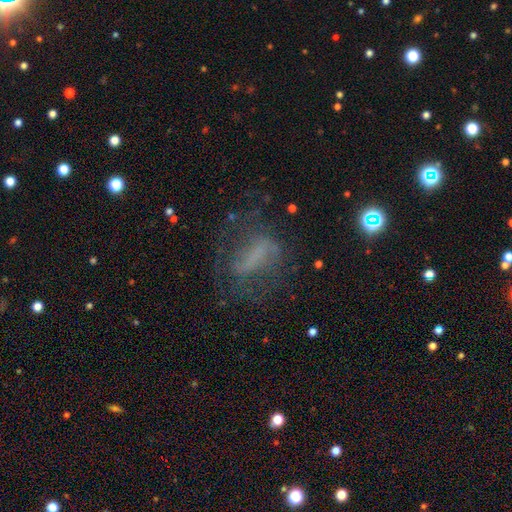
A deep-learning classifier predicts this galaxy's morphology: Smooth or featured?
  - featured or disk: 48% *
  - smooth: 33%
  - star or artifact: 19%
Merging?
  - none: 50% *
  - major disturbance: 28%
  - minor disturbance: 20%
  - merger: 3%